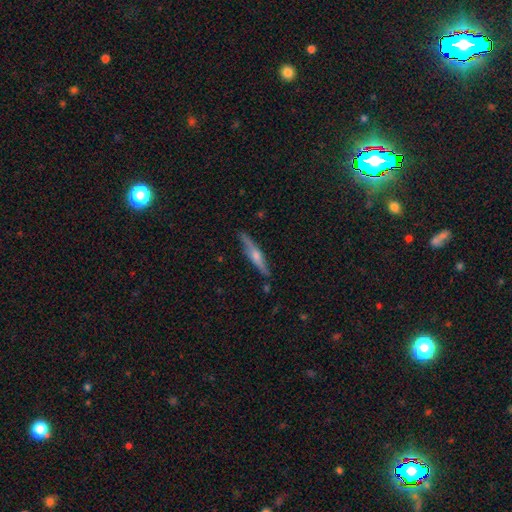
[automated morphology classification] Smooth or featured: featured or disk — 65% (smooth — 29%)
Edge-on disk: yes — 95% (no — 5%)
Edge-on bulge: rounded — 84% (none — 9%)
Merging: none — 85% (minor disturbance — 11%)